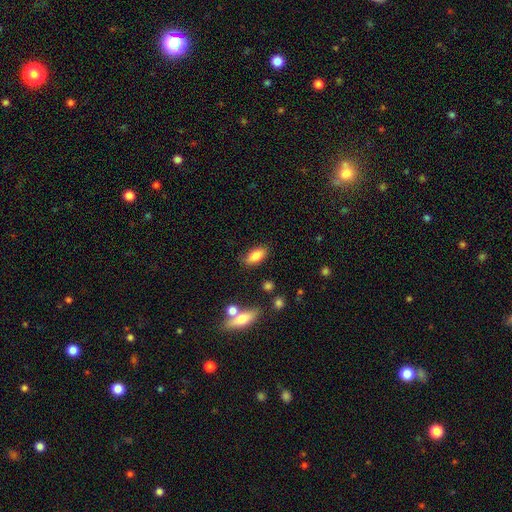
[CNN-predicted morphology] Smooth or featured? Predicted: smooth (p=0.83). How rounded? Predicted: in between (p=0.86). Merging? Predicted: none (p=0.81).